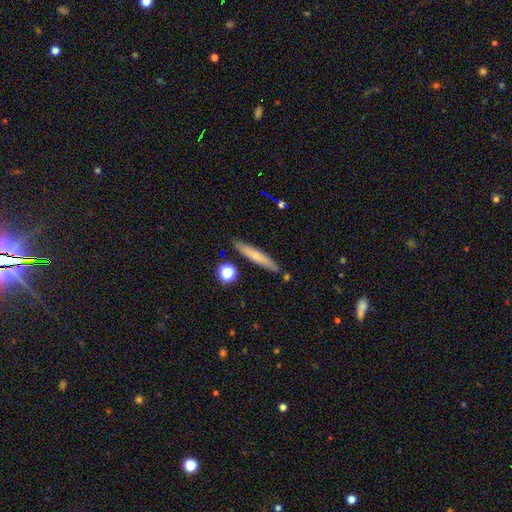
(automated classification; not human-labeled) smooth 60%, featured or disk 32%, star or artifact 7%. Down the decision tree: how rounded — cigar-shaped (93%); merging — none (85%).